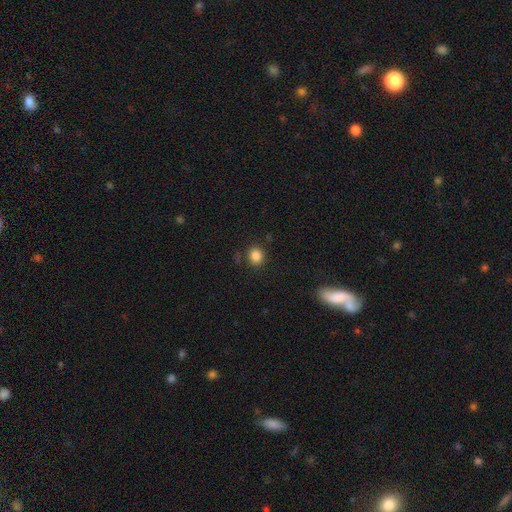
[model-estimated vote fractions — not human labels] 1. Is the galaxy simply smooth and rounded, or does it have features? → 85% smooth, 11% star or artifact, 4% featured or disk.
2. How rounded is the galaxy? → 81% round, 19% in between, 1% cigar-shaped.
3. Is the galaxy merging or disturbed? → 85% none, 9% minor disturbance, 3% major disturbance, 3% merger.